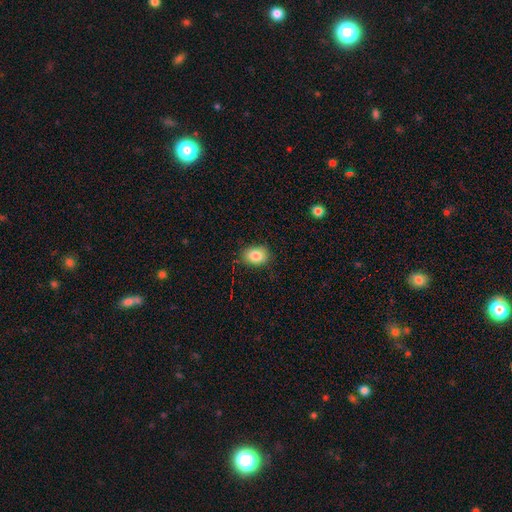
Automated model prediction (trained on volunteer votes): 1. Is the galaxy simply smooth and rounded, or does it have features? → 85% smooth, 9% star or artifact, 7% featured or disk.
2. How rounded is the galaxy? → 72% in between, 27% round, 1% cigar-shaped.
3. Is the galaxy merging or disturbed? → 83% none, 13% minor disturbance, 3% major disturbance, 1% merger.